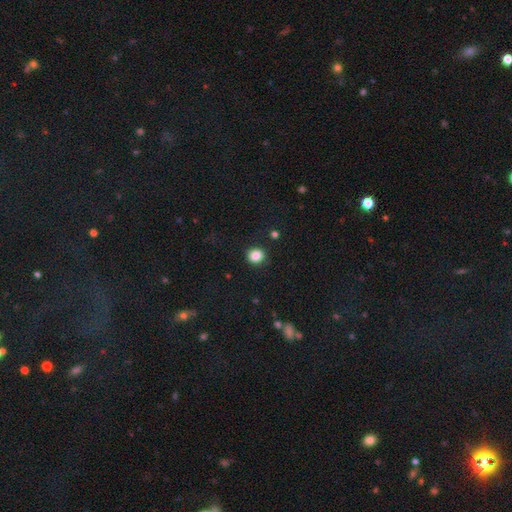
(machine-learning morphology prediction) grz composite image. It shows a smooth galaxy with no disk features (86%) that is round (78%). Merging: none (89%).